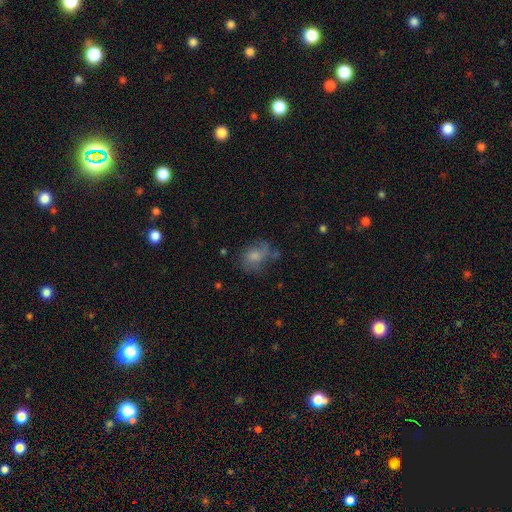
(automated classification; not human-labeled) Smooth or featured: smooth — 59% (featured or disk — 30%)
How rounded: in between — 59% (round — 40%)
Merging: none — 48% (minor disturbance — 28%)